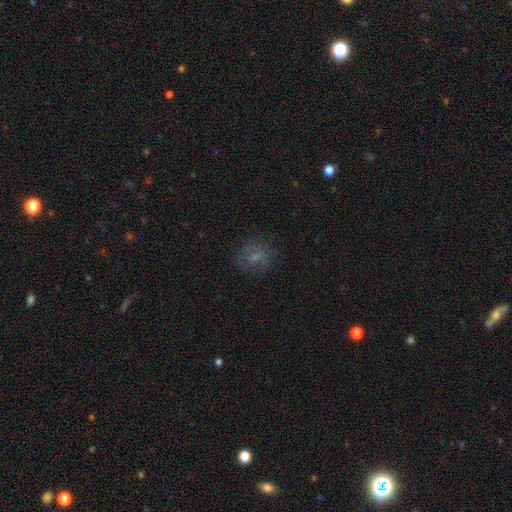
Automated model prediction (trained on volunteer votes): A smooth galaxy with no disk features (61%) that is round (69%). Merging: none (70%).